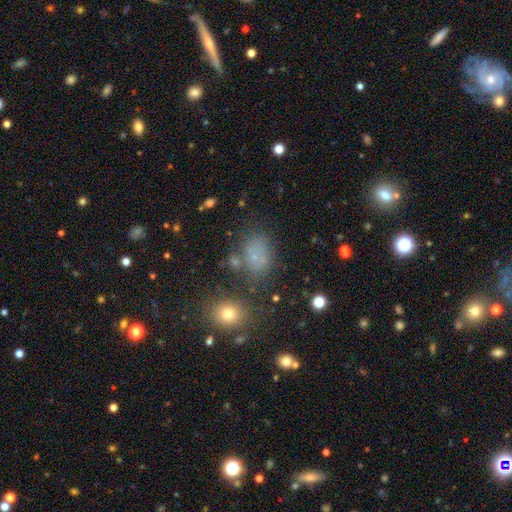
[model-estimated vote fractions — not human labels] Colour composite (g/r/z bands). It shows a smooth galaxy with no disk features (59%) that is in between round and cigar-shaped (59%). Merging: none (67%).